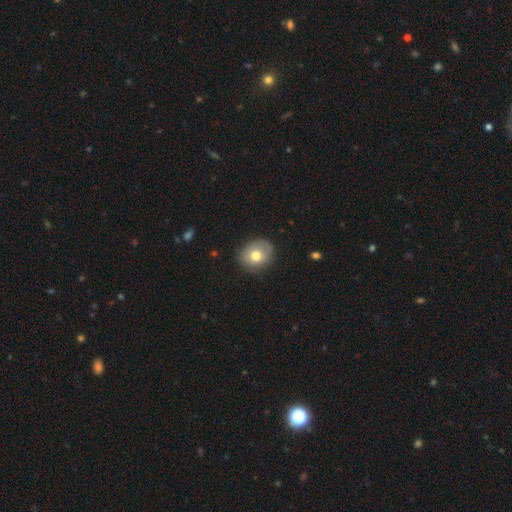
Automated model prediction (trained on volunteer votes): This appears to be a smooth galaxy with no disk features (73%) that is round (62%). Merging: none (81%).